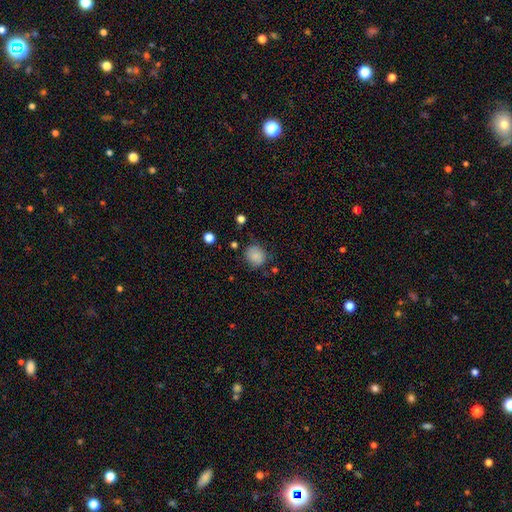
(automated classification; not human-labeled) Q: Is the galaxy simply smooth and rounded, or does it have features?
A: smooth — 85%.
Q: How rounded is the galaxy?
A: round — 70%.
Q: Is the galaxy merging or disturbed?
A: none — 74%.